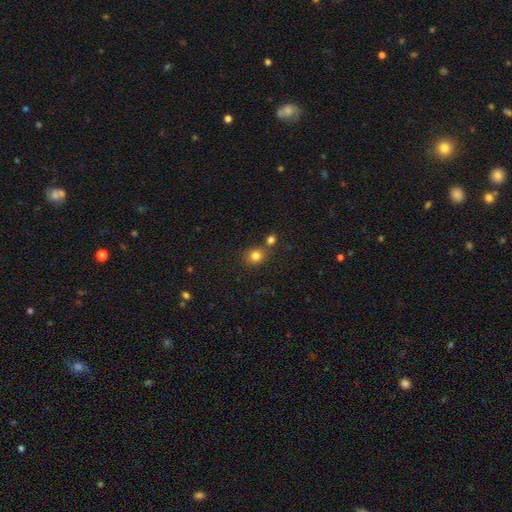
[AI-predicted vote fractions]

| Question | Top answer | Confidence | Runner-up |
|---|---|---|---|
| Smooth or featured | smooth | 81% | star or artifact (13%) |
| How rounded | round | 77% | in between (22%) |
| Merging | none | 67% | merger (20%) |